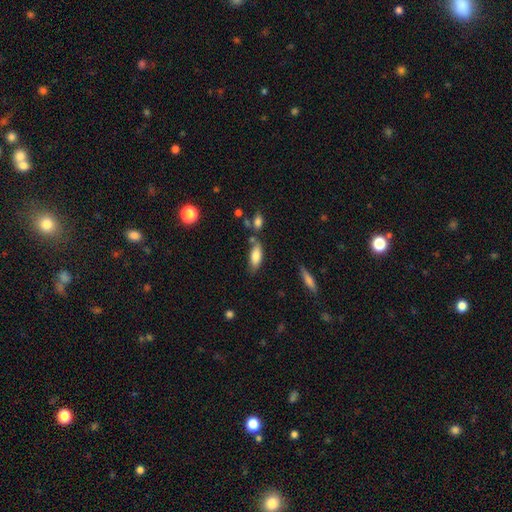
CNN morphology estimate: Smooth or featured?
  - smooth: 79% *
  - featured or disk: 14%
  - star or artifact: 7%
How rounded?
  - in between: 74% *
  - cigar-shaped: 24%
  - round: 2%
Merging?
  - none: 61% *
  - minor disturbance: 21%
  - merger: 12%
  - major disturbance: 6%